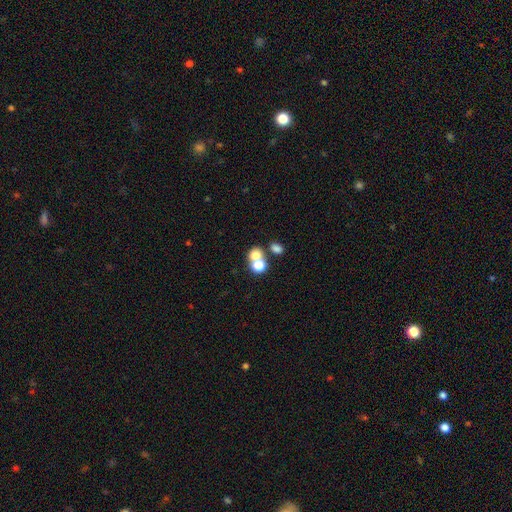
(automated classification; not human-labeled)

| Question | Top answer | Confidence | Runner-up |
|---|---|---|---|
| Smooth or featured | smooth | 73% | star or artifact (14%) |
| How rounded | round | 62% | in between (37%) |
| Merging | merger | 51% | none (38%) |